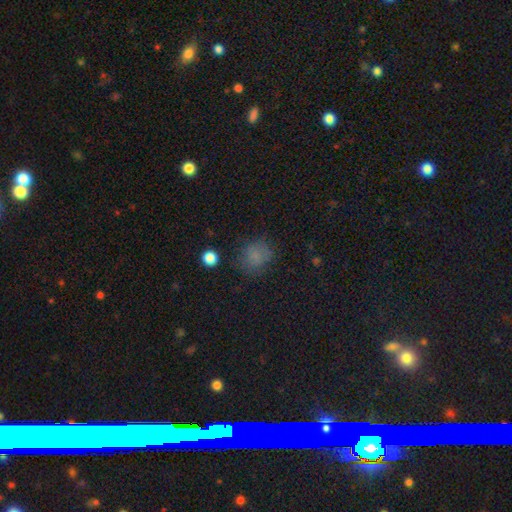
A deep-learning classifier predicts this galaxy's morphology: A smooth galaxy with no disk features (76%) that is round (69%). Merging: none (73%).